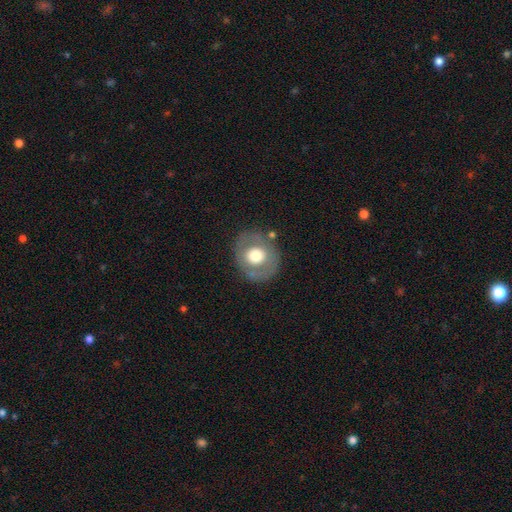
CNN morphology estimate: The model was most divided on "smooth or featured": smooth: 57%, featured or disk: 35%, star or artifact: 8%. More confident: how rounded — round (82%); merging — none (78%).